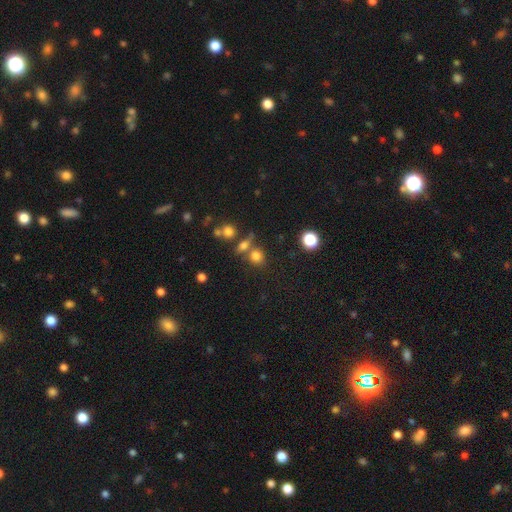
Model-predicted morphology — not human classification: Smooth or featured? Predicted: smooth (p=0.77). How rounded? Predicted: round (p=0.78). Merging? Predicted: none (p=0.59).